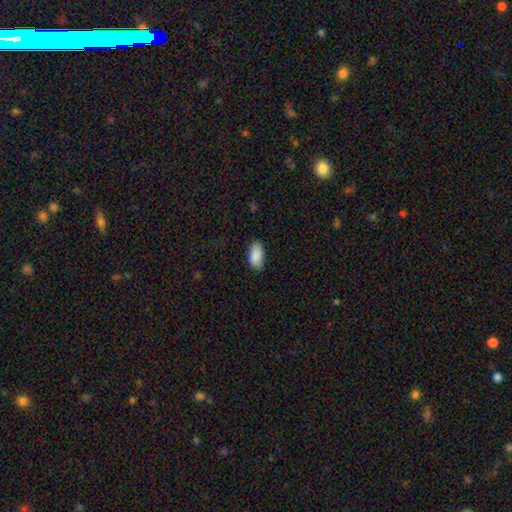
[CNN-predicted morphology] Smooth or featured? smooth (89%)
How rounded? in between (93%)
Merging? none (78%)